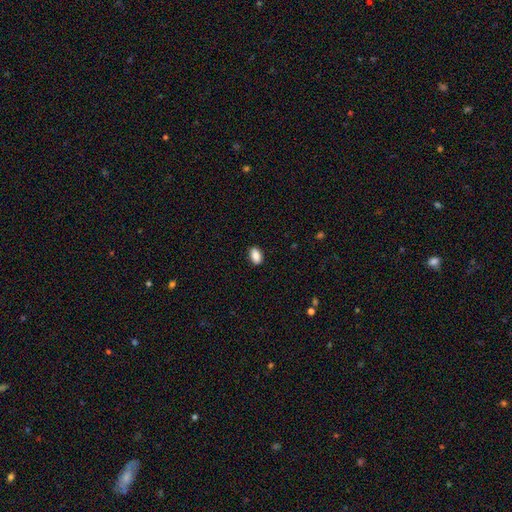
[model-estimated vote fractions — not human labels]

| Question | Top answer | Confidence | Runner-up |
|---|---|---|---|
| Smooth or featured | smooth | 87% | star or artifact (8%) |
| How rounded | in between | 90% | round (7%) |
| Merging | none | 89% | minor disturbance (8%) |